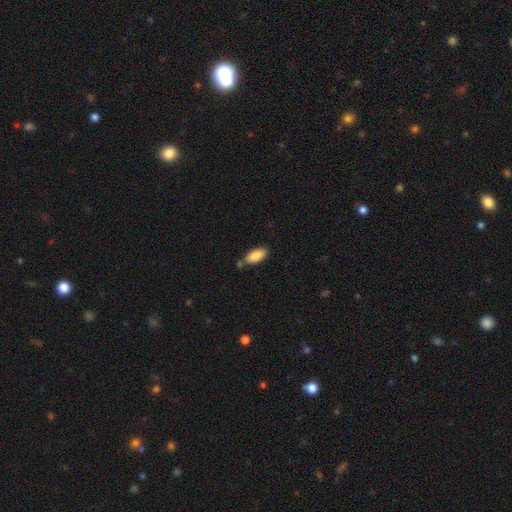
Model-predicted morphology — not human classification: A smooth galaxy with no disk features (88%) that is in between round and cigar-shaped (87%). Merging: none (67%).